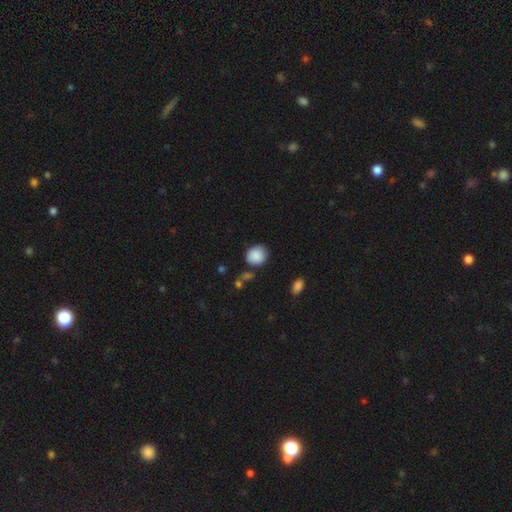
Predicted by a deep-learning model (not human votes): Morphology: type=smooth (88%); roundness=round (75%); merging=none (76%).